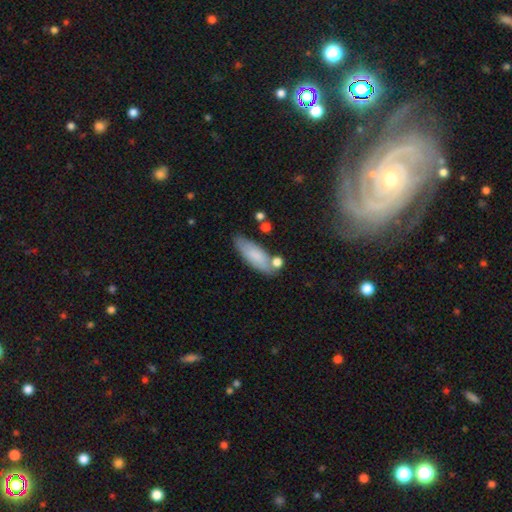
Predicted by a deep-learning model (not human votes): Smooth or featured? Predicted: smooth (p=0.77). How rounded? Predicted: in between (p=0.67). Merging? Predicted: none (p=0.66).